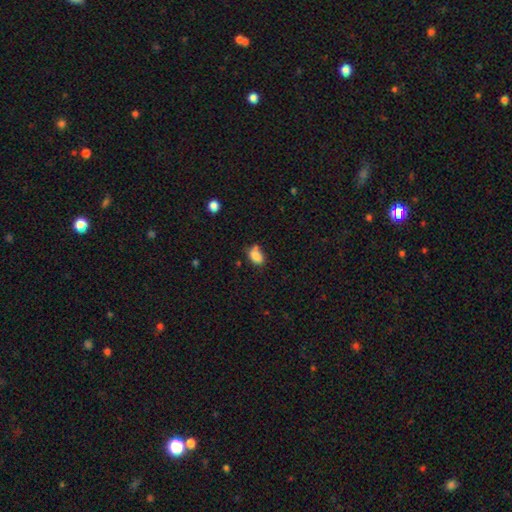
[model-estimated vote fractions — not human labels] The model was most divided on "merging": none: 56%, minor disturbance: 20%, merger: 19%, major disturbance: 5%. More confident: smooth or featured — smooth (83%); how rounded — in between (83%).